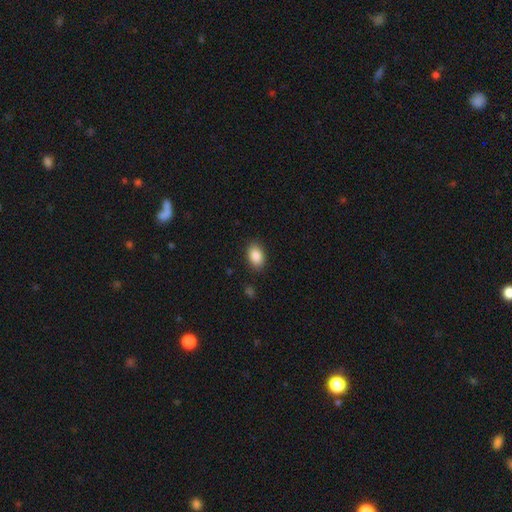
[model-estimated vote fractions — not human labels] smooth-or-featured: smooth: 88% | star or artifact: 7% | featured or disk: 4%
  how-rounded: in between: 89% | round: 10% | cigar-shaped: 1%
  merging: none: 87% | minor disturbance: 9% | major disturbance: 3% | merger: 1%